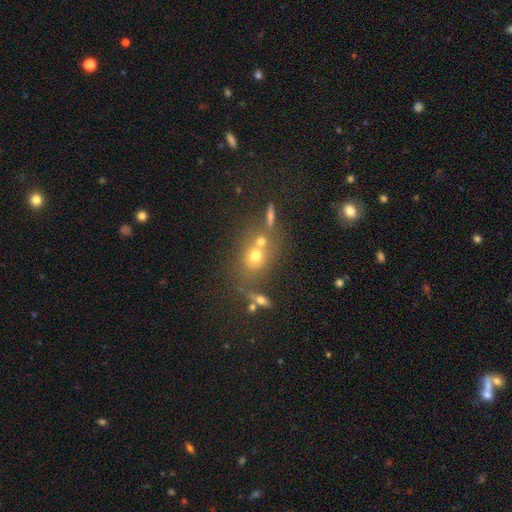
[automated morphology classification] A smooth galaxy with no disk features (57%) that is round (66%). Merging: none (47%).